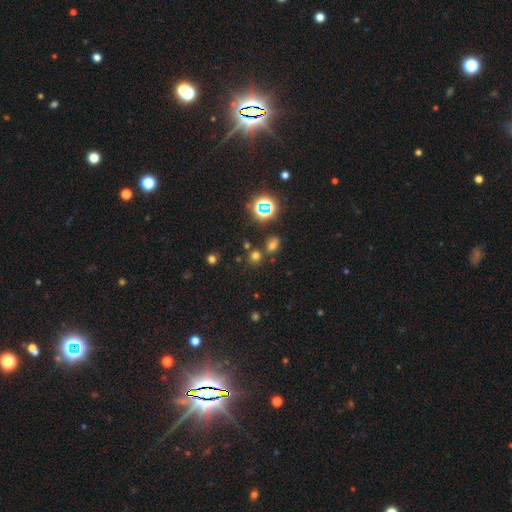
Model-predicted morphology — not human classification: Smooth or featured: smooth — 58% (star or artifact — 35%)
How rounded: round — 78% (in between — 21%)
Merging: none — 71% (merger — 17%)